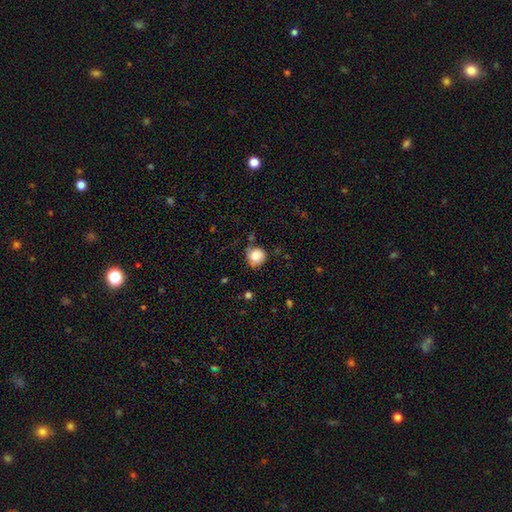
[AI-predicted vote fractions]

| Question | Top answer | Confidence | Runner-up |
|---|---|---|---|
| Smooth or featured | smooth | 82% | star or artifact (9%) |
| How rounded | round | 87% | in between (12%) |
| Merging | none | 66% | minor disturbance (24%) |